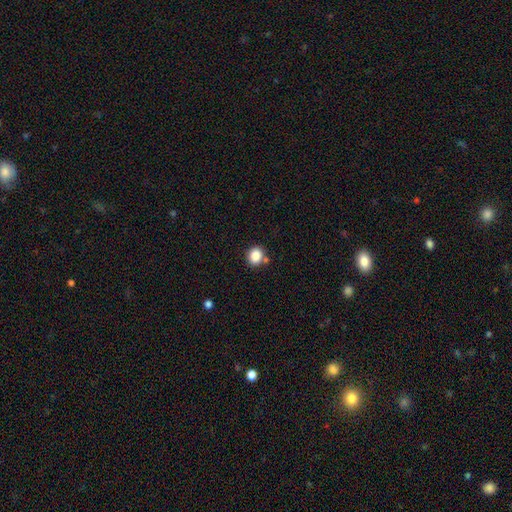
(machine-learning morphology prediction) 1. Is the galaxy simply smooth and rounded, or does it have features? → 86% smooth, 10% star or artifact, 4% featured or disk.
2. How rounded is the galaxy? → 72% round, 27% in between, 1% cigar-shaped.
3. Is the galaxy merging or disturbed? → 75% none, 11% merger, 11% minor disturbance, 3% major disturbance.